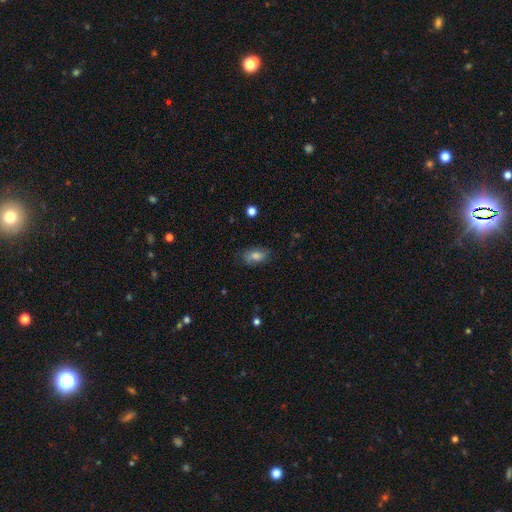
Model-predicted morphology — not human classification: smooth-or-featured: smooth: 73% | featured or disk: 15% | star or artifact: 11%
  how-rounded: in between: 87% | round: 9% | cigar-shaped: 4%
  merging: none: 79% | minor disturbance: 16% | major disturbance: 4% | merger: 1%